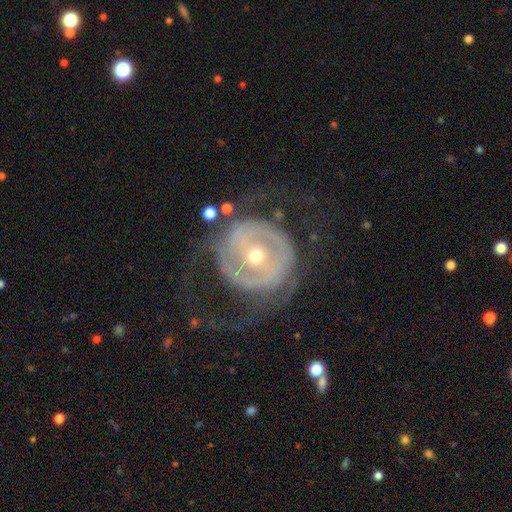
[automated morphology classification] Overall: featured or disk (81%). Edge-on disk: no (96%). Bar: no (43%; weak 31%). Spiral arms: yes (71%). Spiral arm count: 2 (58%; can't tell 24%). Spiral winding: tight (46%; medium 34%). Bulge size: small (59%; moderate 38%). Merging: none (56%; major disturbance 26%).